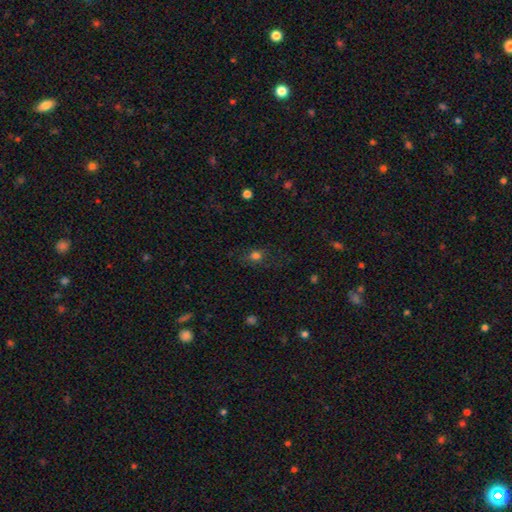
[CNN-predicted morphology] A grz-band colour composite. It shows a smooth galaxy with no disk features (71%) that is round (57%). Merging: none (74%).